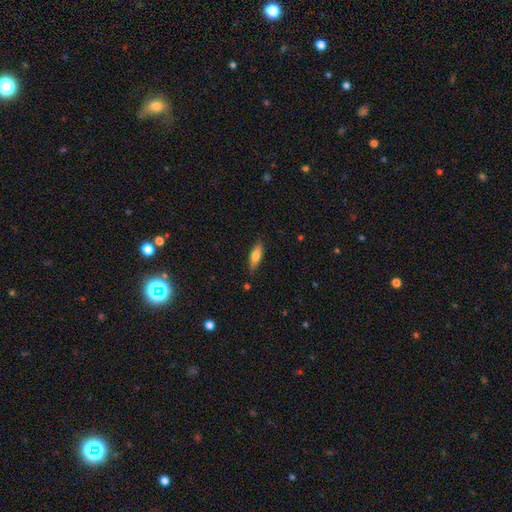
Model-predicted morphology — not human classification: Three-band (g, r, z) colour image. It shows a smooth galaxy with no disk features (68%) that is in between round and cigar-shaped (51%). Merging: none (83%).